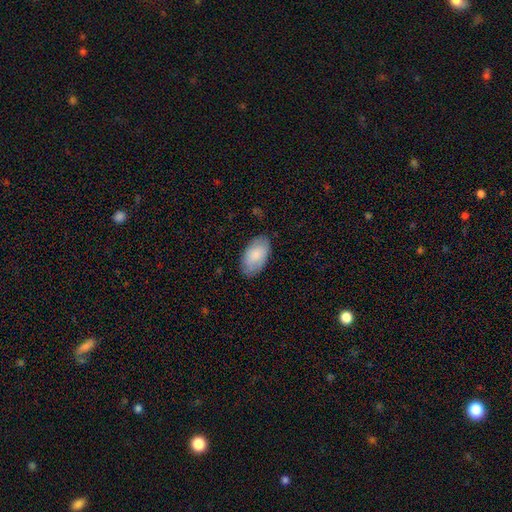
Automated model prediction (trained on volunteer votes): This is likely a smooth galaxy (80%). How rounded: clearly in between (95%). Merging: clearly none (80%).